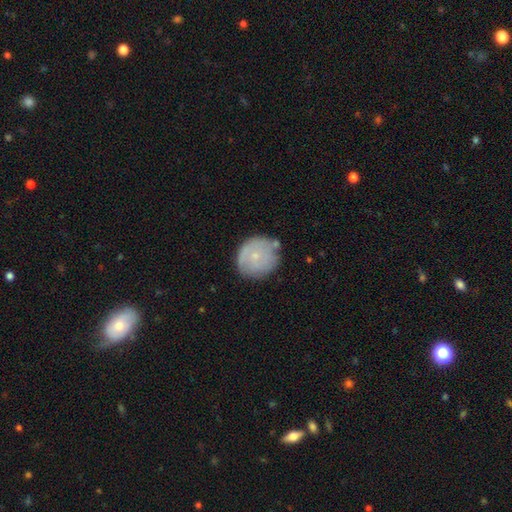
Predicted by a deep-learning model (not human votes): Morphology: type=smooth (61%); roundness=round (88%); merging=none (68%).